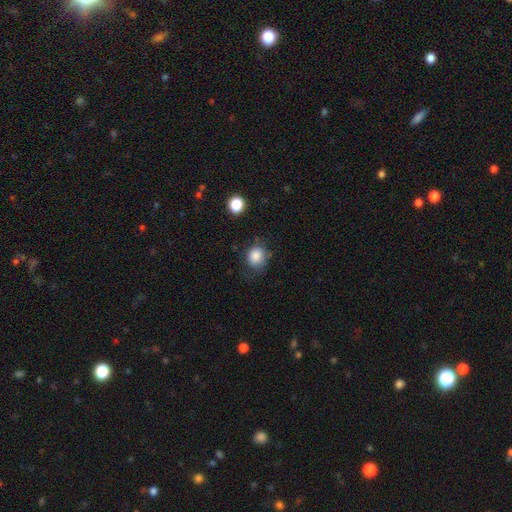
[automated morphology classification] type=smooth (84%); roundness=round (75%); merging=none (65%).